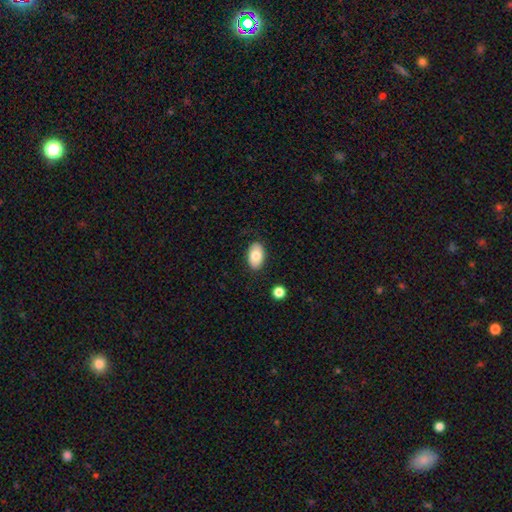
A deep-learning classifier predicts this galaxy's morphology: Smooth or featured? Predicted: smooth (p=0.81). How rounded? Predicted: in between (p=0.92). Merging? Predicted: none (p=0.85).